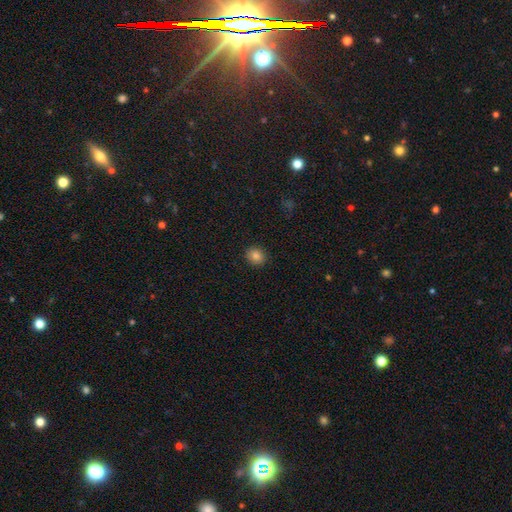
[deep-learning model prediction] smooth-or-featured: smooth: 84% | star or artifact: 10% | featured or disk: 5%
  how-rounded: round: 75% | in between: 24% | cigar-shaped: 1%
  merging: none: 91% | minor disturbance: 7% | major disturbance: 2% | merger: 1%